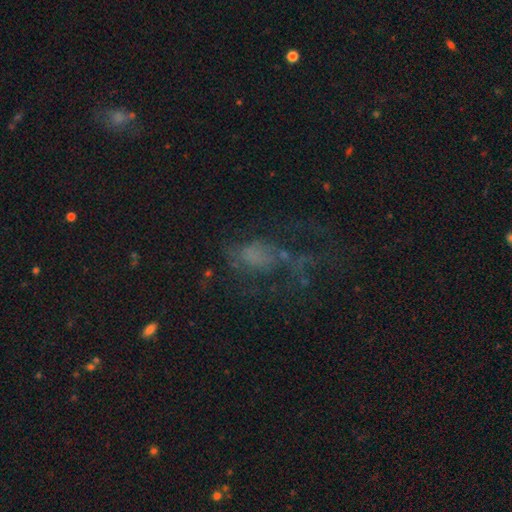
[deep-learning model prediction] Smooth or featured?
  - featured or disk: 44% *
  - smooth: 32%
  - star or artifact: 24%
Merging?
  - major disturbance: 48% *
  - none: 30%
  - minor disturbance: 16%
  - merger: 6%